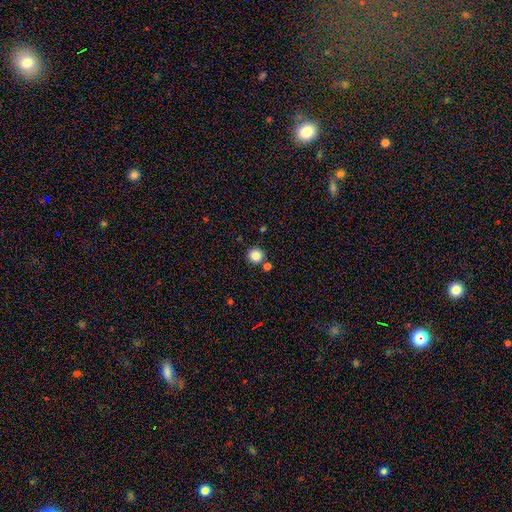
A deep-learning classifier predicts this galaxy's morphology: Smooth or featured: smooth — 84% (star or artifact — 11%)
How rounded: round — 94% (in between — 5%)
Merging: none — 82% (merger — 9%)